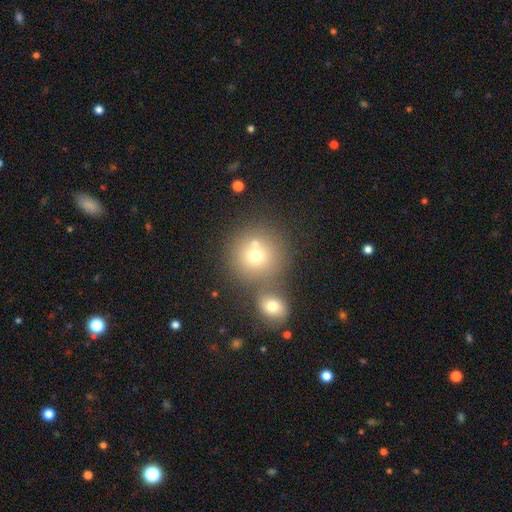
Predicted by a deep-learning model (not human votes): Smooth or featured? smooth (70%)
How rounded? round (90%)
Merging? none (54%)